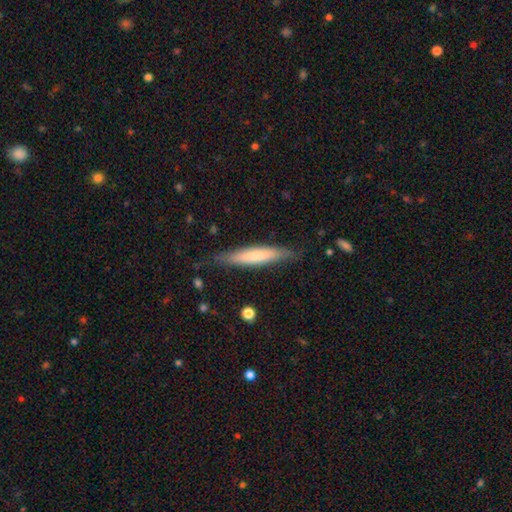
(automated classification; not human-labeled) Smooth or featured: smooth — 66% (featured or disk — 28%)
How rounded: cigar-shaped — 88% (in between — 11%)
Merging: none — 81% (minor disturbance — 15%)